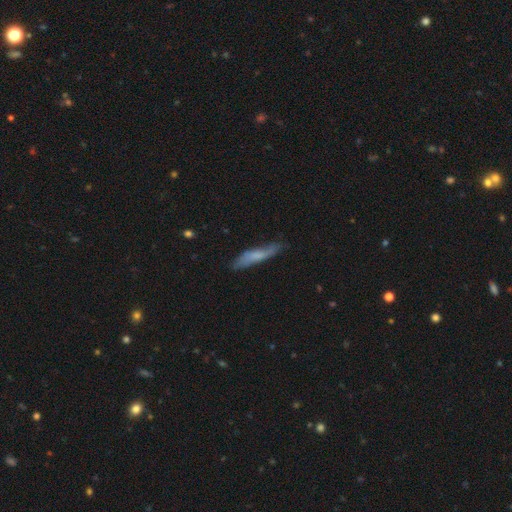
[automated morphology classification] Smooth or featured?
  - smooth: 61% *
  - featured or disk: 33%
  - star or artifact: 7%
How rounded?
  - cigar-shaped: 85% *
  - in between: 13%
  - round: 2%
Merging?
  - none: 68% *
  - minor disturbance: 24%
  - major disturbance: 6%
  - merger: 2%